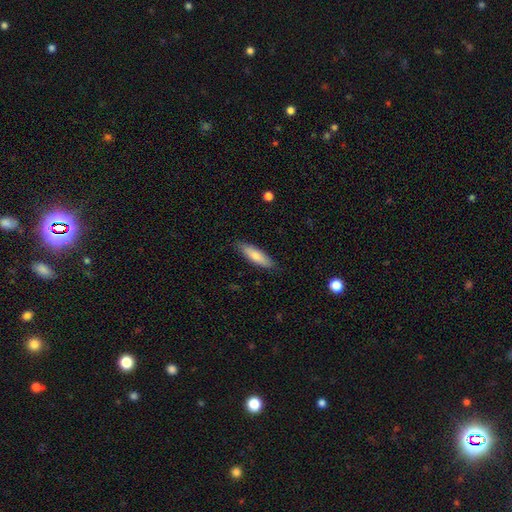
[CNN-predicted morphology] The model was most divided on "how rounded": cigar-shaped: 59%, in between: 39%, round: 2%. More confident: merging — none (85%); smooth or featured — smooth (76%).